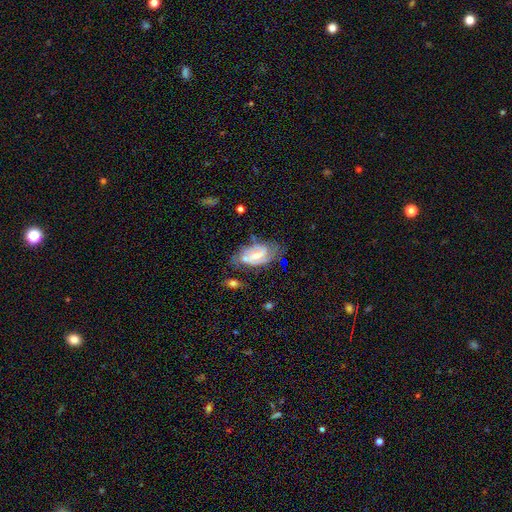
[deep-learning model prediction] smooth_or_featured: featured or disk (p=0.76) [alt: smooth p=0.17]
disk_edge_on: no (p=0.95) [alt: yes p=0.05]
bar: weak (p=0.50) [alt: strong p=0.26]
has_spiral_arms: yes (p=0.90) [alt: no p=0.10]
spiral_winding: medium (p=0.46) [alt: tight p=0.34]
spiral_arm_count: 2 (p=0.72) [alt: can't tell p=0.15]
bulge_size: small (p=0.53) [alt: moderate p=0.40]
merging: none (p=0.59) [alt: minor disturbance p=0.24]